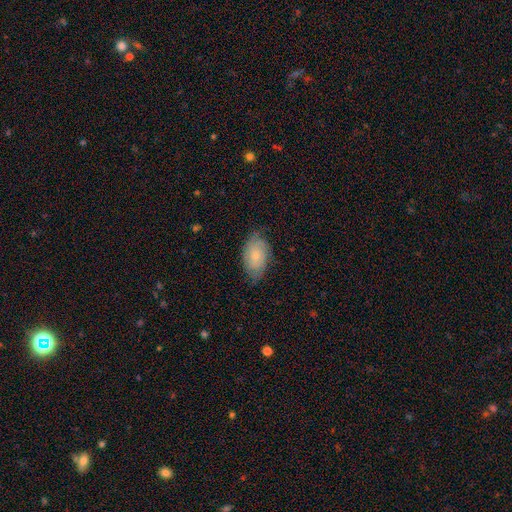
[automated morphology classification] Overall: smooth (55%; featured or disk 38%). How rounded: in between (91%). Merging: none (70%).